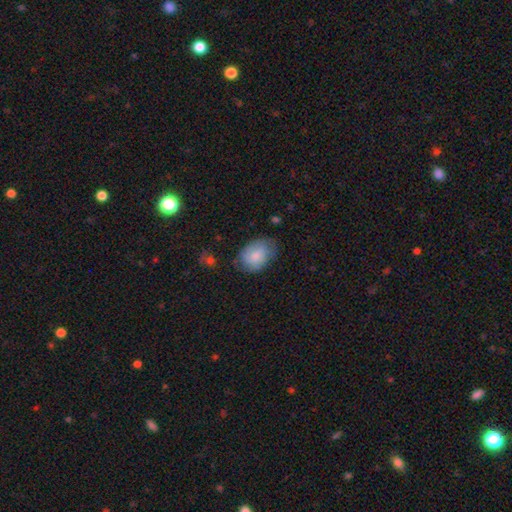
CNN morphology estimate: This is likely a smooth galaxy (76%). How rounded: clearly in between (82%). Merging: likely none (64%).